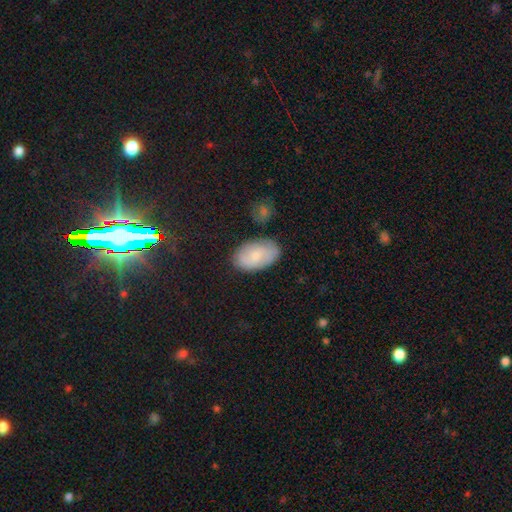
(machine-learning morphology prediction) type=smooth (71%); roundness=in between (93%); merging=none (77%).